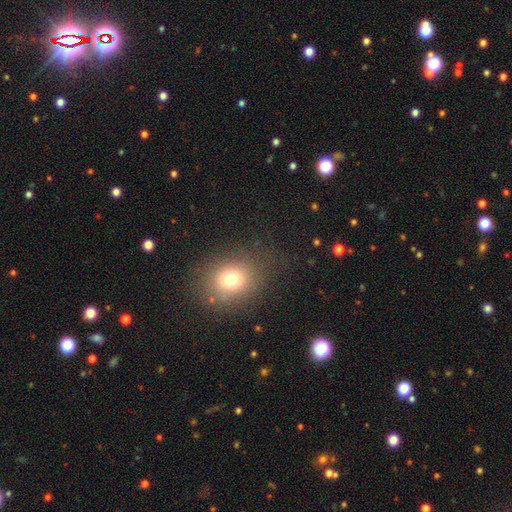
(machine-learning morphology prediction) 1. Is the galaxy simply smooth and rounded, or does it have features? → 66% smooth, 26% star or artifact, 8% featured or disk.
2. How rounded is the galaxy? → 50% round, 48% in between, 1% cigar-shaped.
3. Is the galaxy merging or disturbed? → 88% none, 7% minor disturbance, 3% major disturbance, 1% merger.